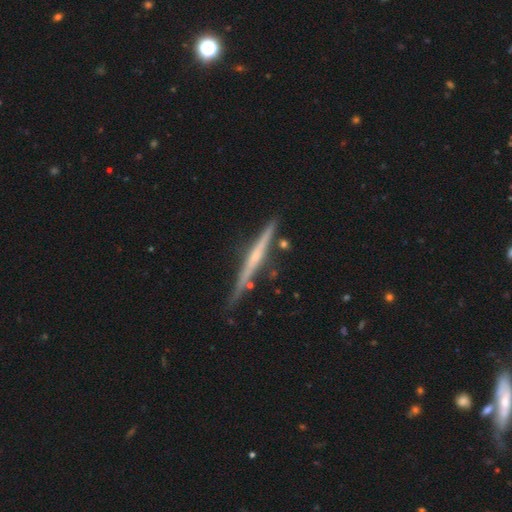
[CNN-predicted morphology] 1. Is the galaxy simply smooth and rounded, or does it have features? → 75% featured or disk, 19% smooth, 6% star or artifact.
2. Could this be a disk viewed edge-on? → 98% yes, 2% no.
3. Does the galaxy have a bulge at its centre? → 50% rounded, 40% none, 10% boxy.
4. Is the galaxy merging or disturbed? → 81% none, 13% minor disturbance, 4% merger, 2% major disturbance.